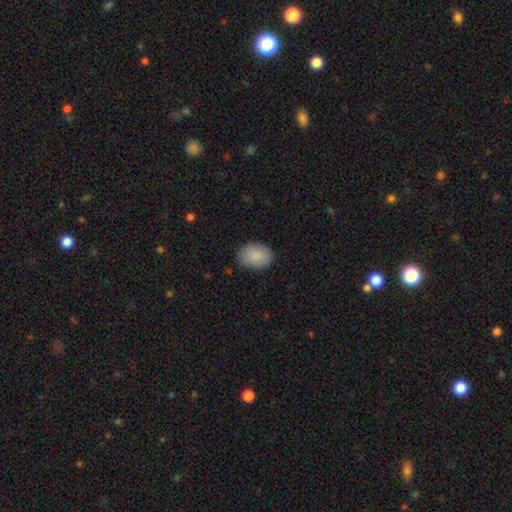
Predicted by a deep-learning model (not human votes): This is clearly a smooth galaxy (89%). How rounded: likely in between (72%). Merging: clearly none (85%).